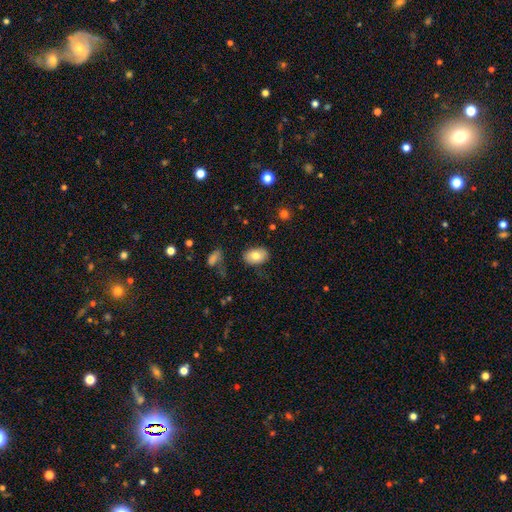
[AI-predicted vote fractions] smooth-or-featured: smooth: 76% | featured or disk: 16% | star or artifact: 8%
  how-rounded: in between: 88% | round: 11% | cigar-shaped: 1%
  merging: none: 81% | minor disturbance: 14% | major disturbance: 4% | merger: 2%